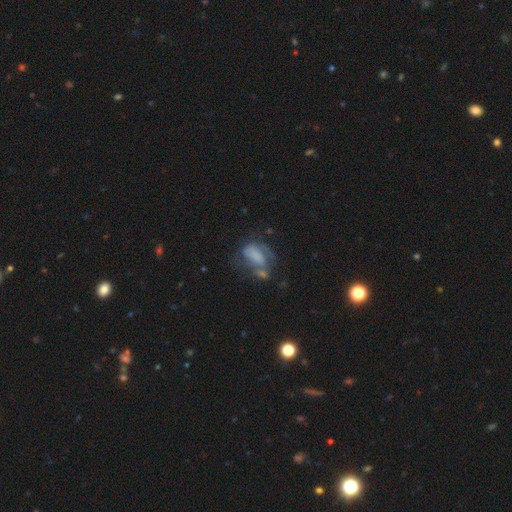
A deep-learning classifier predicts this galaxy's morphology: A featured or disk galaxy (47%). Merging: major disturbance (29%).